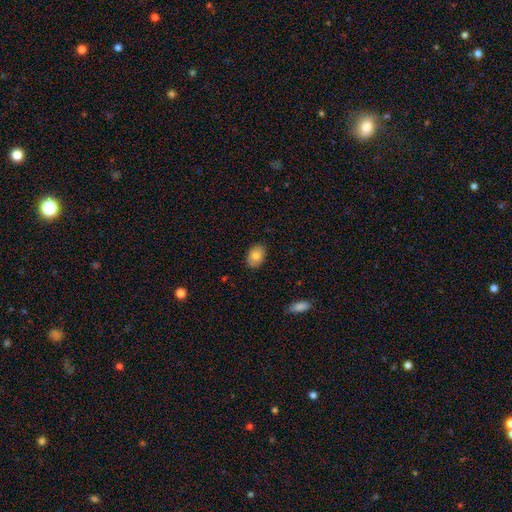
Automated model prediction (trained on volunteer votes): Morphology: type=smooth (82%); roundness=in between (80%); merging=none (87%).